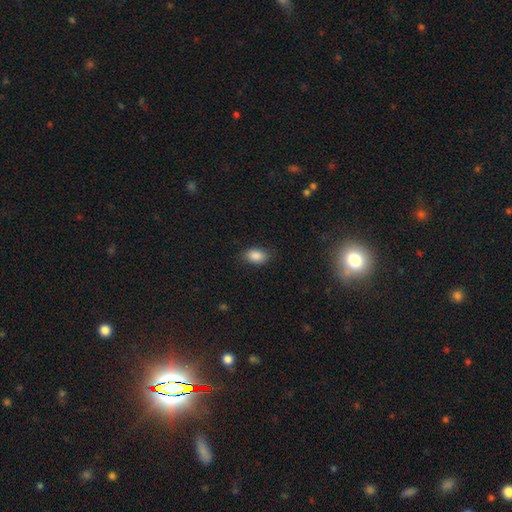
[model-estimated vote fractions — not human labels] This appears to be a smooth galaxy with no disk features (88%) that is in between round and cigar-shaped (84%). Merging: none (82%).